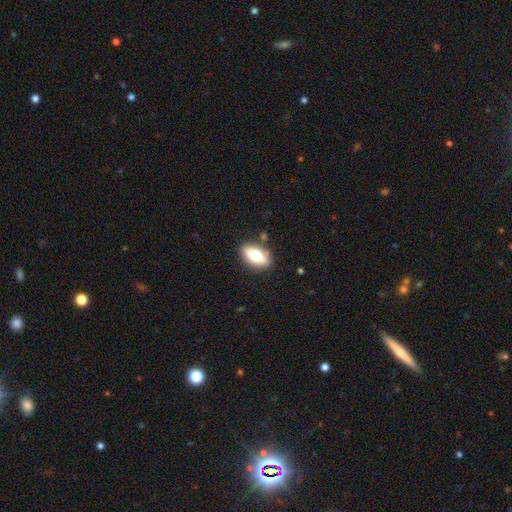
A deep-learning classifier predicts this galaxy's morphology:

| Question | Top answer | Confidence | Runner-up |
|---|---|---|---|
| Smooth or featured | smooth | 67% | featured or disk (26%) |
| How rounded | in between | 85% | cigar-shaped (9%) |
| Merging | none | 83% | minor disturbance (11%) |